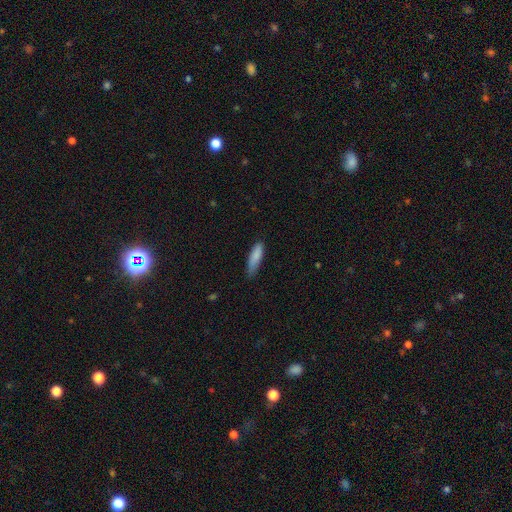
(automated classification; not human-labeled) Smooth or featured: smooth — 86% (featured or disk — 8%)
How rounded: cigar-shaped — 58% (in between — 41%)
Merging: none — 66% (minor disturbance — 29%)